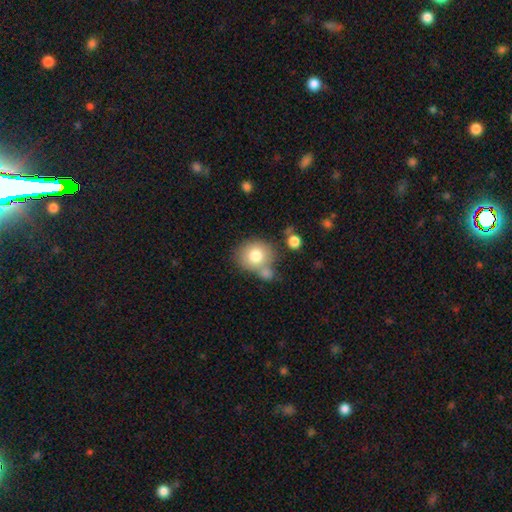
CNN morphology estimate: Smooth or featured: smooth — 77% (featured or disk — 14%)
How rounded: round — 77% (in between — 22%)
Merging: none — 53% (merger — 28%)